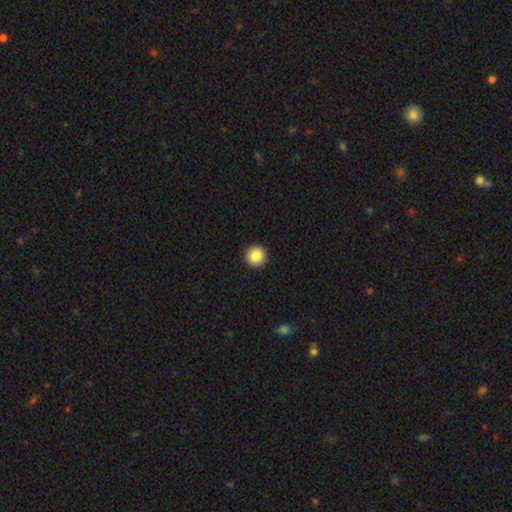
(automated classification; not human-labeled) smooth-or-featured: smooth: 87% | star or artifact: 8% | featured or disk: 5%
  how-rounded: round: 96% | in between: 3% | cigar-shaped: 1%
  merging: none: 93% | minor disturbance: 4% | major disturbance: 1% | merger: 1%